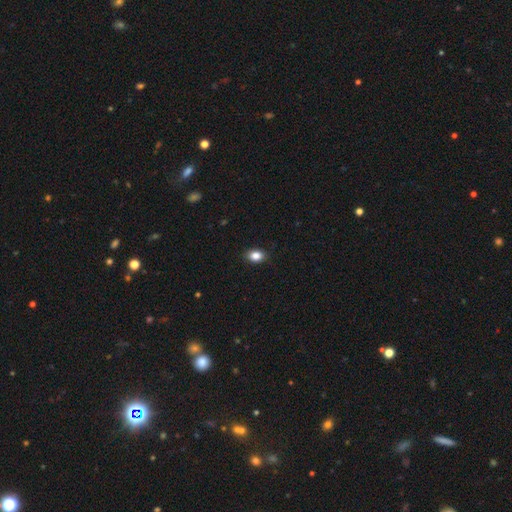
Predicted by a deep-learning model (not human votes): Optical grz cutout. It shows a smooth galaxy with no disk features (85%) that is in between round and cigar-shaped (79%). Merging: none (88%).